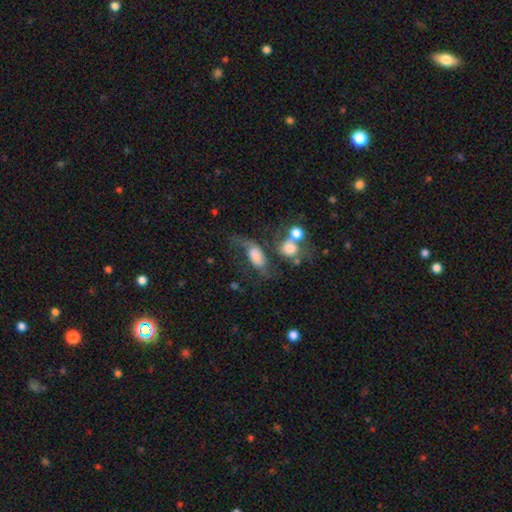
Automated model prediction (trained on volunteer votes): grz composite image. It shows a smooth galaxy with no disk features (50%) that is in between round and cigar-shaped (83%). Merging: major disturbance (33%).